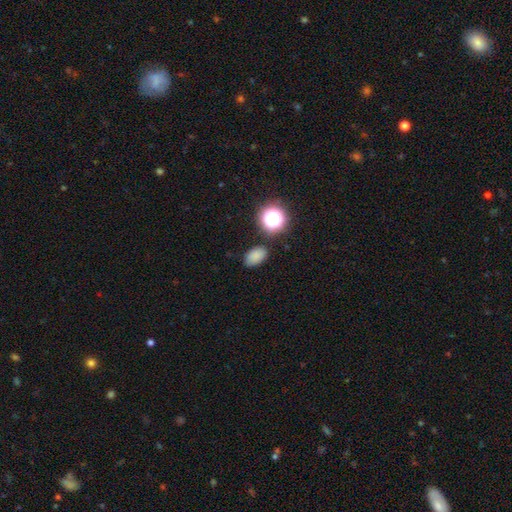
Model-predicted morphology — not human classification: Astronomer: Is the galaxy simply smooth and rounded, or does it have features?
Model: smooth — 79%.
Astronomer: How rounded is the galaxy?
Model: in between — 84%.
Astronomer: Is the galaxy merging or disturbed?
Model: none — 81%.